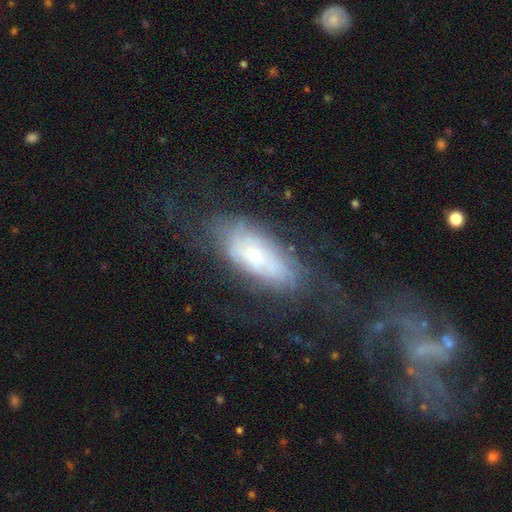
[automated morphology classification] Smooth or featured? Predicted: featured or disk (p=0.56). Edge-on disk? Predicted: no (p=0.82). Merging? Predicted: none (p=0.57).